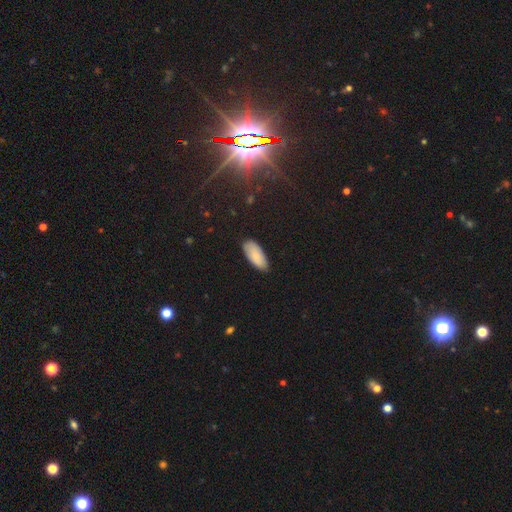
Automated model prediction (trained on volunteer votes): This appears to be a smooth galaxy with no disk features (82%) that is in between round and cigar-shaped (86%). Merging: none (81%).